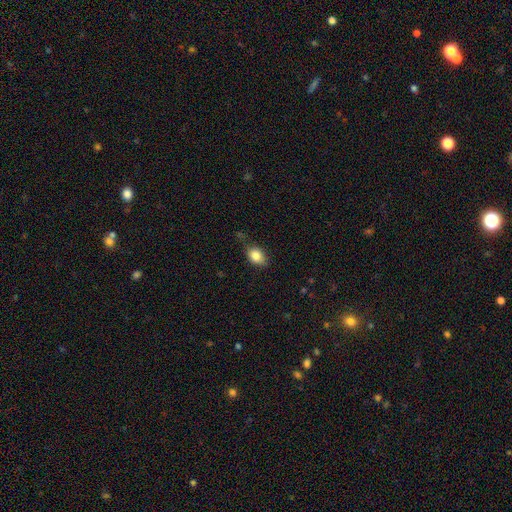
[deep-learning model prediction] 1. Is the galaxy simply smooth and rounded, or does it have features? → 83% smooth, 9% star or artifact, 8% featured or disk.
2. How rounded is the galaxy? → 71% in between, 28% round, 2% cigar-shaped.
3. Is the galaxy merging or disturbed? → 68% none, 23% minor disturbance, 6% major disturbance, 3% merger.